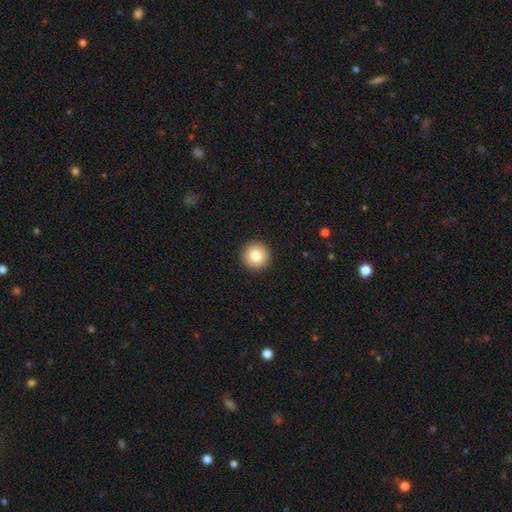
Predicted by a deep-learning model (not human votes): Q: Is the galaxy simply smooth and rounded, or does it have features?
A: smooth — 81%.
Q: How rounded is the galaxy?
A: round — 96%.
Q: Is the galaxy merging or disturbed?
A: none — 93%.